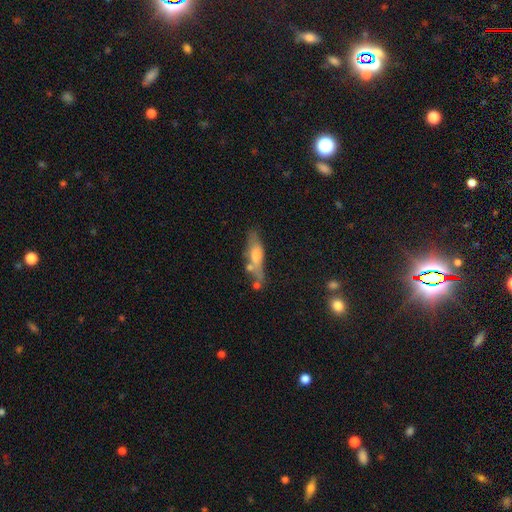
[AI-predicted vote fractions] The model was most divided on "smooth or featured": smooth: 48%, featured or disk: 43%, star or artifact: 8%. More confident: merging — none (56%).